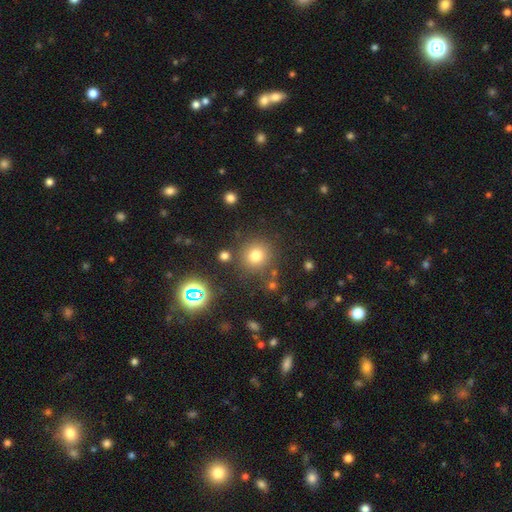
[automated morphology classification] The model was most divided on "smooth or featured": smooth: 75%, star or artifact: 17%, featured or disk: 7%. More confident: how rounded — round (91%); merging — none (82%).